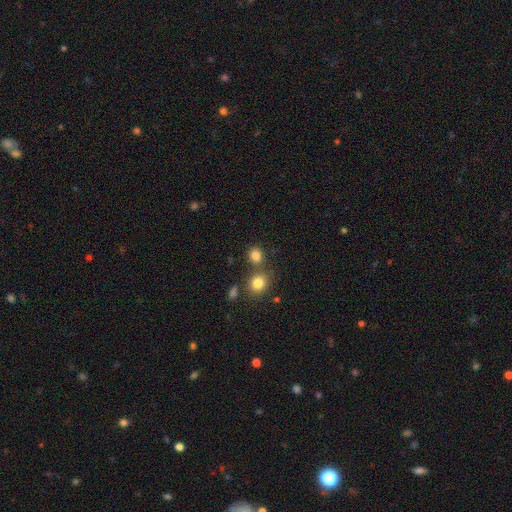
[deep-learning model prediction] Q: Smooth or featured?
A: smooth (82%); runner-up: star or artifact (13%)
Q: How rounded?
A: round (69%); runner-up: in between (30%)
Q: Merging?
A: none (67%); runner-up: merger (19%)